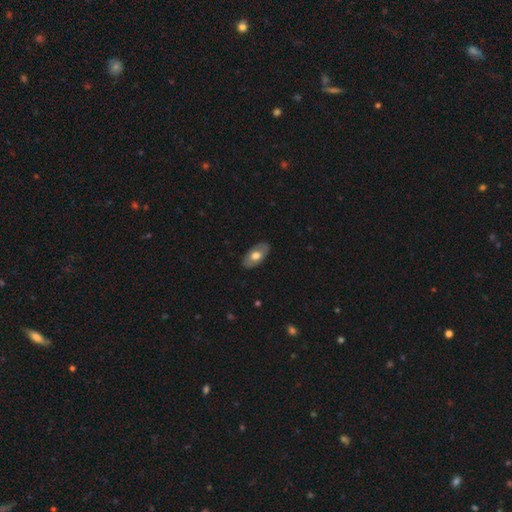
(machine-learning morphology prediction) A smooth galaxy with no disk features (59%) that is in between round and cigar-shaped (93%).

Vote fractions:
- Smooth or featured? smooth: 59% / featured or disk: 35% / star or artifact: 6%
- How rounded? in between: 93% / round: 5% / cigar-shaped: 2%
- Merging? none: 84% / minor disturbance: 12% / major disturbance: 3% / merger: 1%